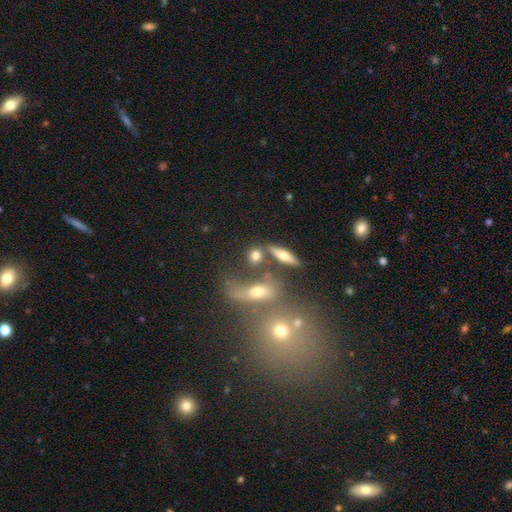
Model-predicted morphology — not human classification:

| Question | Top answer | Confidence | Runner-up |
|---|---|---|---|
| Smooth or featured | smooth | 66% | featured or disk (22%) |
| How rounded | round | 43% | in between (41%) |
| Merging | none | 55% | merger (24%) |